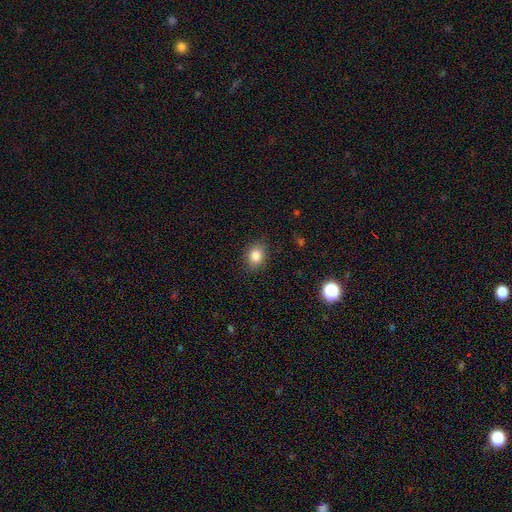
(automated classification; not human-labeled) Q: Smooth or featured?
A: smooth (85%); runner-up: star or artifact (10%)
Q: How rounded?
A: in between (58%); runner-up: round (41%)
Q: Merging?
A: none (85%); runner-up: minor disturbance (11%)